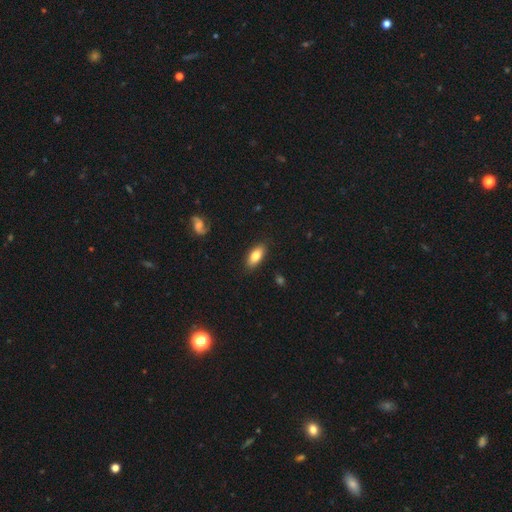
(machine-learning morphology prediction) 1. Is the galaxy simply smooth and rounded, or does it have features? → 77% smooth, 16% featured or disk, 7% star or artifact.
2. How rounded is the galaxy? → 86% in between, 11% cigar-shaped, 3% round.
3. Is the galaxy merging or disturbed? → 87% none, 9% minor disturbance, 2% major disturbance, 1% merger.